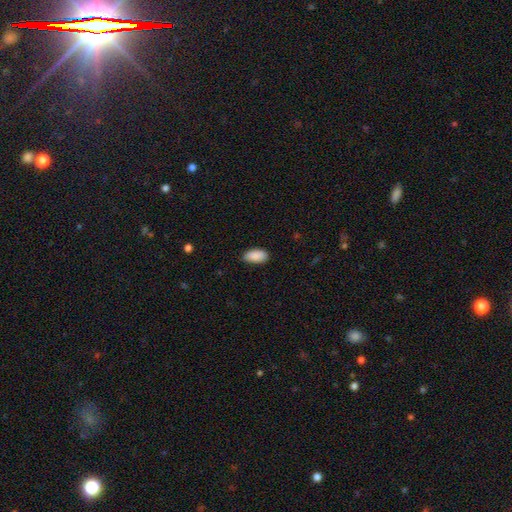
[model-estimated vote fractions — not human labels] Smooth or featured: smooth — 90% (star or artifact — 6%)
How rounded: in between — 94% (cigar-shaped — 3%)
Merging: none — 83% (minor disturbance — 13%)